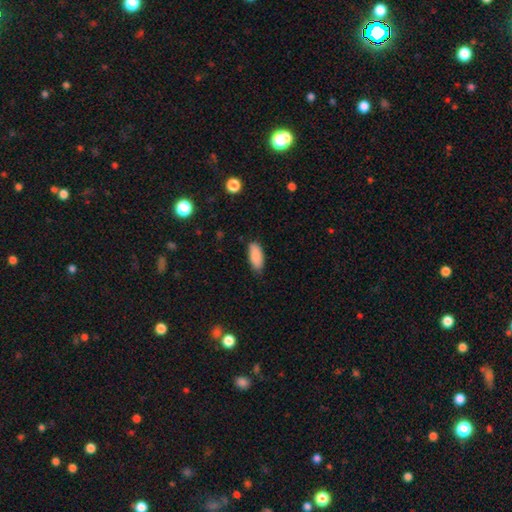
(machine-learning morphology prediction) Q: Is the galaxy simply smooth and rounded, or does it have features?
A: smooth — 89%.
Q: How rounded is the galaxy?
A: in between — 84%.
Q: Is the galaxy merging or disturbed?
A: none — 82%.